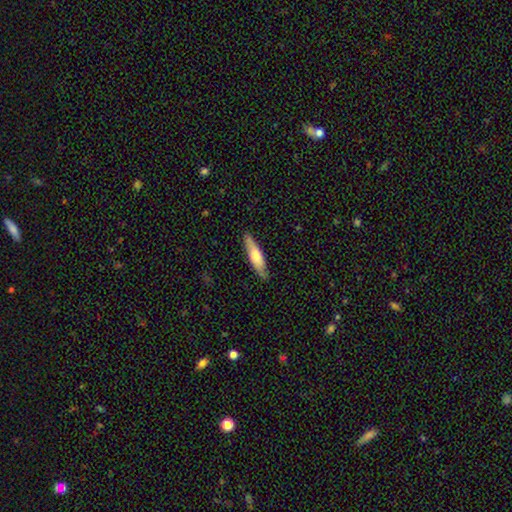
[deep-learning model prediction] This is possibly a smooth galaxy (59%). How rounded: likely cigar-shaped (74%). Merging: clearly none (87%).